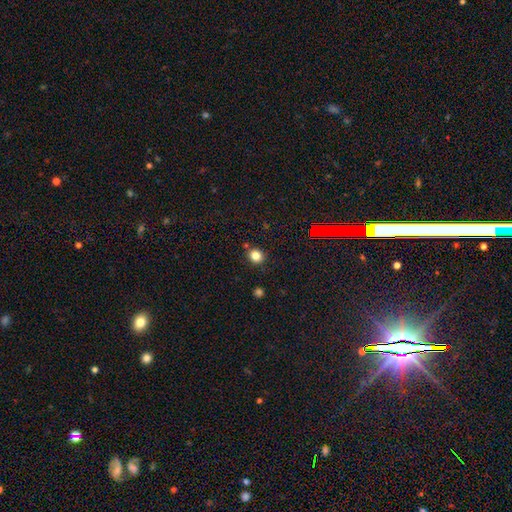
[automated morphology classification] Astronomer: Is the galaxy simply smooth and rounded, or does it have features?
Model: smooth — 80%.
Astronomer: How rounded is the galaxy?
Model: round — 80%.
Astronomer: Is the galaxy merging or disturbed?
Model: none — 85%.